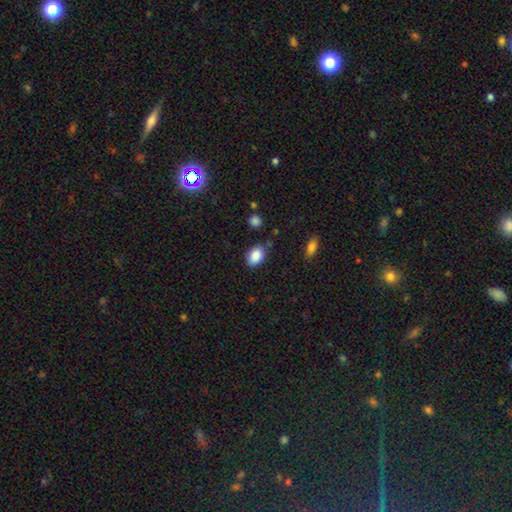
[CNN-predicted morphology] Smooth or featured? smooth (87%)
How rounded? in between (85%)
Merging? none (77%)